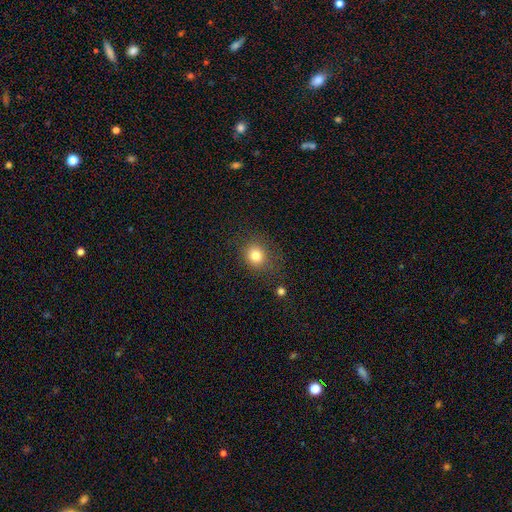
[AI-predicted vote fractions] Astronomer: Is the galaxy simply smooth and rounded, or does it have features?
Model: smooth — 81%.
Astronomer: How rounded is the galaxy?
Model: round — 81%.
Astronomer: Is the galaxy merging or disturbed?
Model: none — 81%.